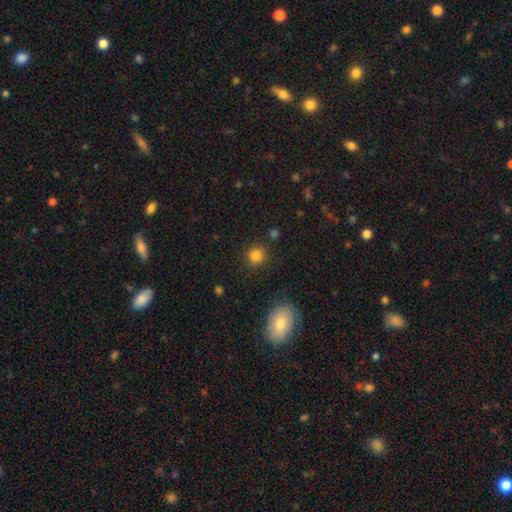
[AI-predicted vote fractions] A smooth galaxy with no disk features (83%) that is round (88%).

Vote fractions:
- Smooth or featured? smooth: 83% / star or artifact: 12% / featured or disk: 5%
- How rounded? round: 88% / in between: 11% / cigar-shaped: 1%
- Merging? none: 87% / minor disturbance: 8% / major disturbance: 3% / merger: 2%